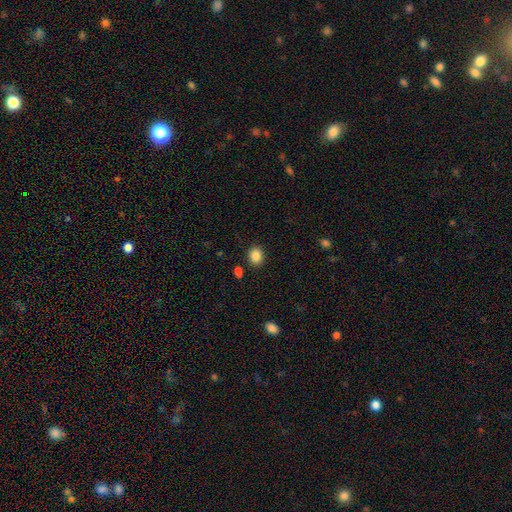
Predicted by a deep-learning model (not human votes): Smooth or featured: smooth — 86% (star or artifact — 9%)
How rounded: round — 53% (in between — 46%)
Merging: none — 86% (minor disturbance — 9%)